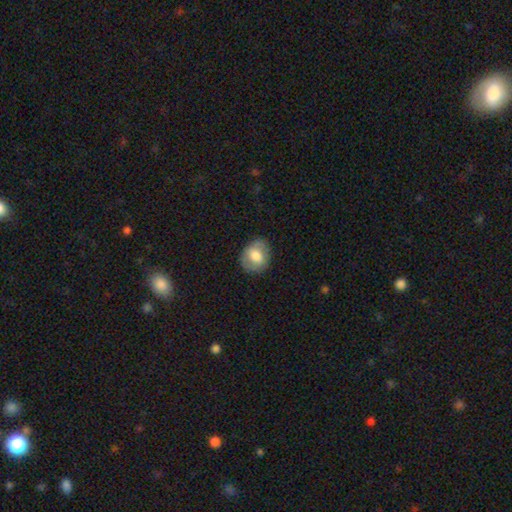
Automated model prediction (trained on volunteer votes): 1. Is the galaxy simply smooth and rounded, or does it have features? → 63% smooth, 30% featured or disk, 7% star or artifact.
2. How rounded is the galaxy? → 60% round, 39% in between, 1% cigar-shaped.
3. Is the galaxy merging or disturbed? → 80% none, 15% minor disturbance, 4% major disturbance, 1% merger.